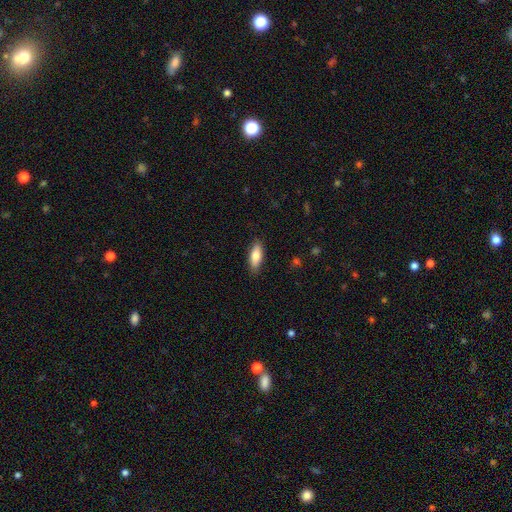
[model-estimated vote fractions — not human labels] Smooth or featured?
  - smooth: 79% *
  - featured or disk: 15%
  - star or artifact: 6%
How rounded?
  - in between: 71% *
  - cigar-shaped: 27%
  - round: 2%
Merging?
  - none: 86% *
  - minor disturbance: 10%
  - major disturbance: 2%
  - merger: 1%